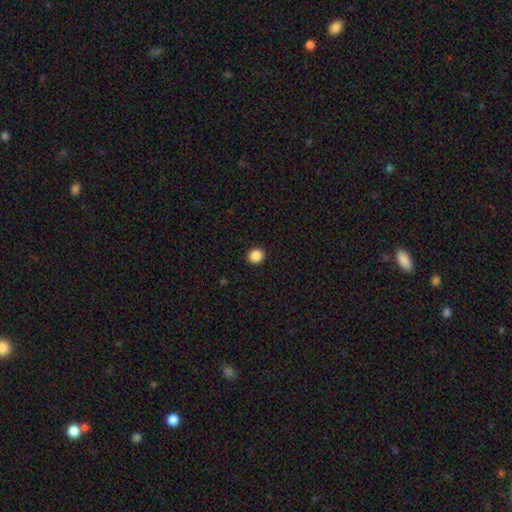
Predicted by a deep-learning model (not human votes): This is clearly a smooth galaxy (87%). How rounded: clearly round (85%). Merging: clearly none (93%).